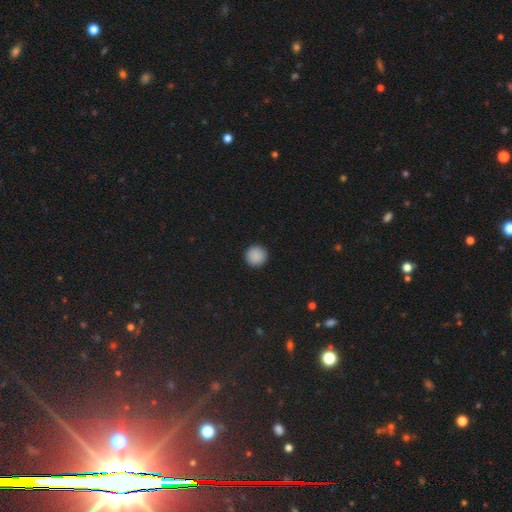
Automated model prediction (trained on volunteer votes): smooth-or-featured: smooth: 89% | star or artifact: 9% | featured or disk: 2%
  how-rounded: round: 96% | in between: 3% | cigar-shaped: 1%
  merging: none: 93% | minor disturbance: 4% | major disturbance: 1% | merger: 1%